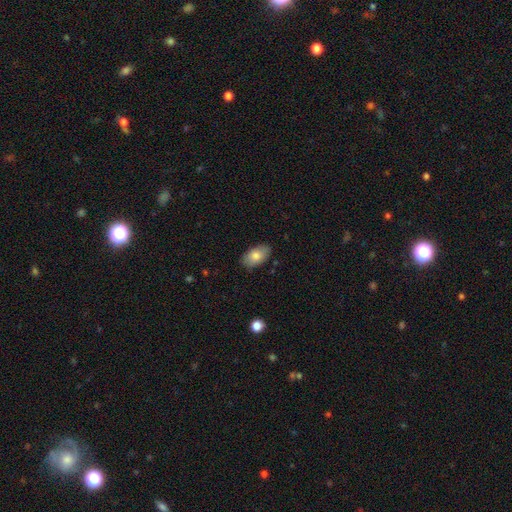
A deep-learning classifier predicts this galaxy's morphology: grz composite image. It shows a smooth galaxy with no disk features (81%) that is in between round and cigar-shaped (94%). Merging: none (86%).